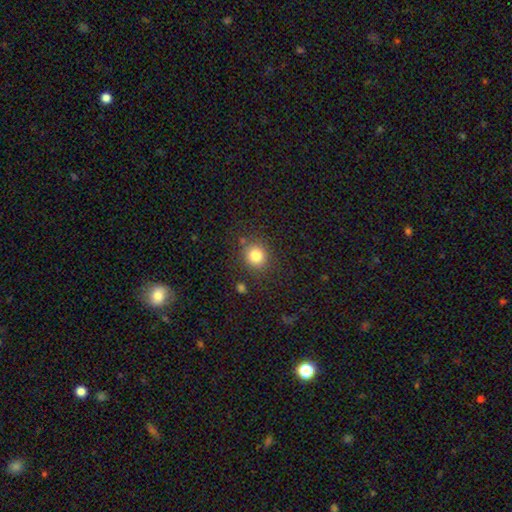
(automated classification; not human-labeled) This appears to be a smooth galaxy with no disk features (82%) that is round (83%). Merging: none (83%).